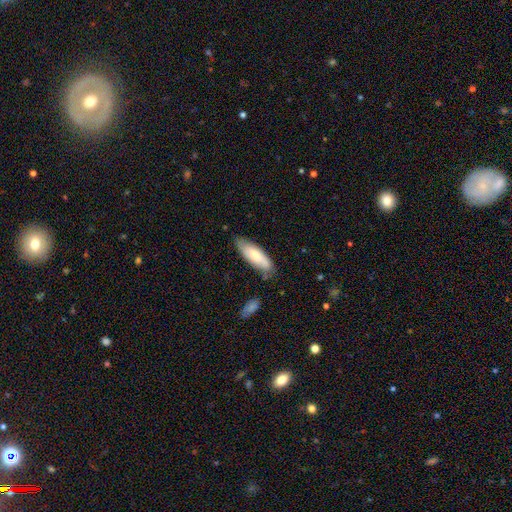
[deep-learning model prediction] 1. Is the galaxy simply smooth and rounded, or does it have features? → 68% smooth, 27% featured or disk, 6% star or artifact.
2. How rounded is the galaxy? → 59% in between, 40% cigar-shaped, 2% round.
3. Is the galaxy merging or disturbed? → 73% none, 19% minor disturbance, 4% major disturbance, 4% merger.